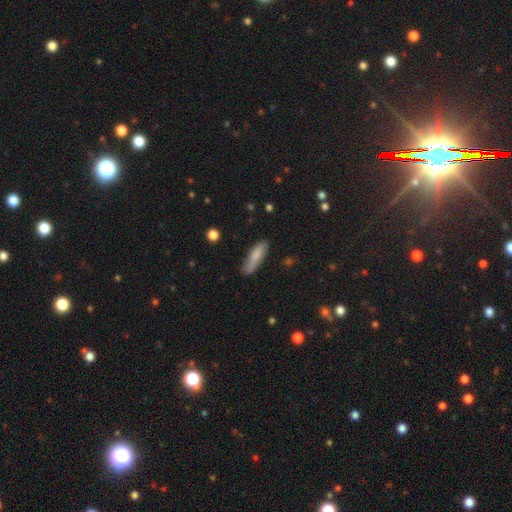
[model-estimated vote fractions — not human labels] smooth-or-featured: smooth: 79% | featured or disk: 15% | star or artifact: 6%
  how-rounded: cigar-shaped: 67% | in between: 32% | round: 2%
  merging: none: 79% | minor disturbance: 17% | major disturbance: 3% | merger: 2%